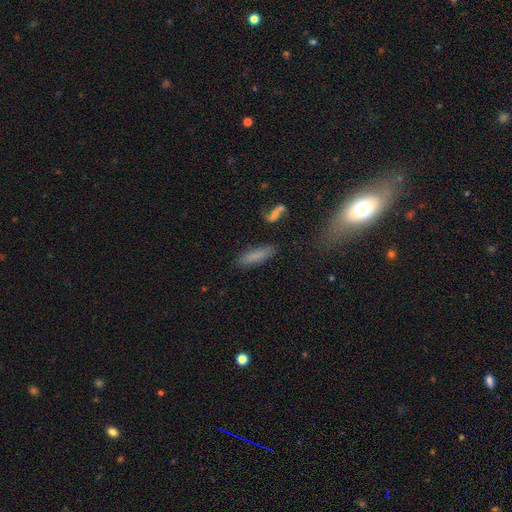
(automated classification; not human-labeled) This appears to be a smooth galaxy with no disk features (81%) that is cigar-shaped (63%). Merging: none (82%).